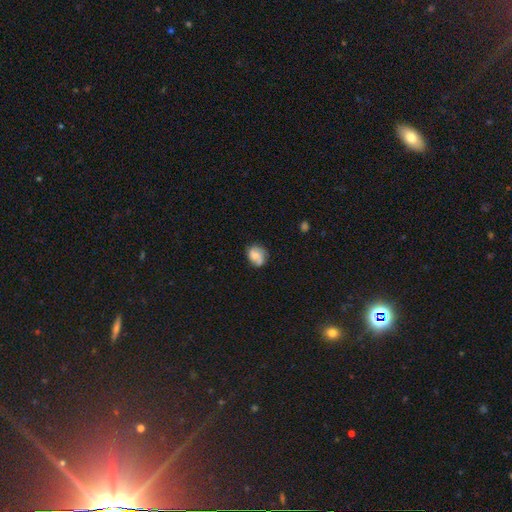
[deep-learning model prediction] Smooth or featured?
  - smooth: 65% *
  - featured or disk: 27%
  - star or artifact: 8%
How rounded?
  - round: 58% *
  - in between: 41%
  - cigar-shaped: 1%
Merging?
  - none: 60% *
  - minor disturbance: 28%
  - major disturbance: 8%
  - merger: 4%